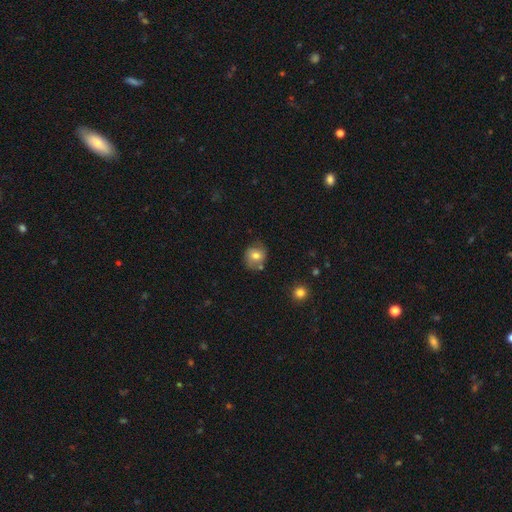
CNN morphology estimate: smooth_or_featured: smooth (p=0.69) [alt: featured or disk p=0.22]
how_rounded: round (p=0.79) [alt: in between p=0.20]
merging: none (p=0.70) [alt: minor disturbance p=0.19]